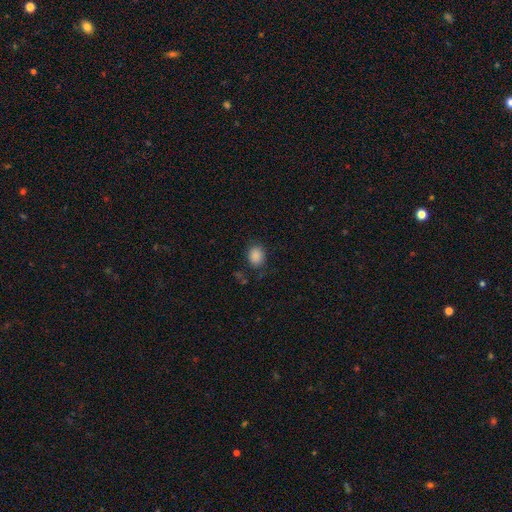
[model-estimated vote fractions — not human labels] Smooth or featured: smooth — 87% (star or artifact — 10%)
How rounded: round — 53% (in between — 46%)
Merging: none — 78% (minor disturbance — 14%)